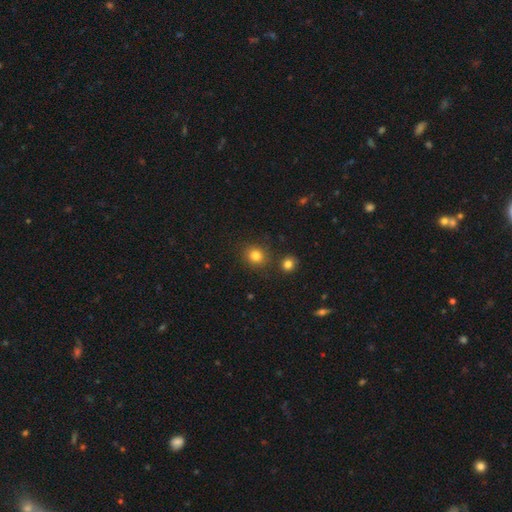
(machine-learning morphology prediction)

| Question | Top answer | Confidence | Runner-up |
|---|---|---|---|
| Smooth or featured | smooth | 82% | star or artifact (13%) |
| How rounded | round | 82% | in between (17%) |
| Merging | none | 83% | minor disturbance (8%) |